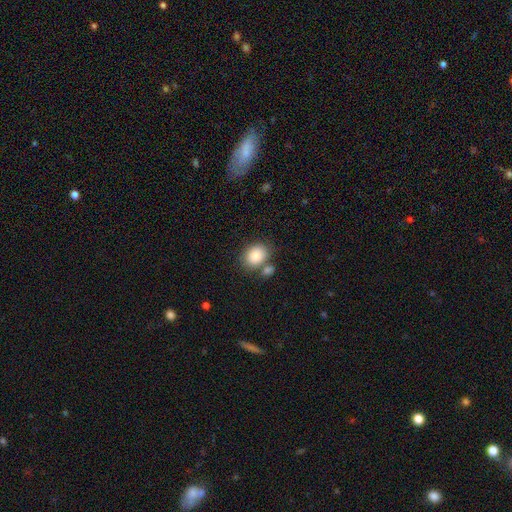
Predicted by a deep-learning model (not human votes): smooth 85%, star or artifact 8%, featured or disk 7%. Down the decision tree: how rounded — in between (52%); merging — none (61%).